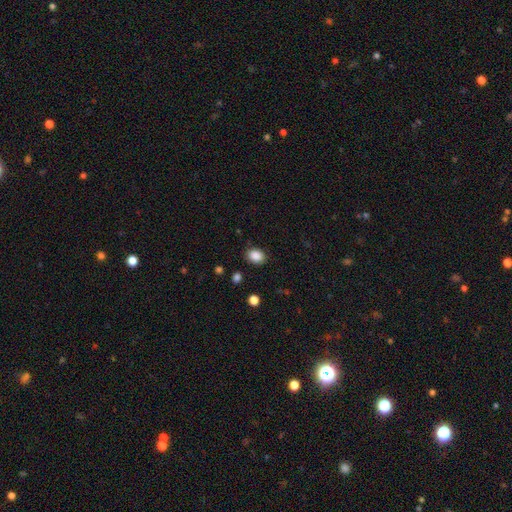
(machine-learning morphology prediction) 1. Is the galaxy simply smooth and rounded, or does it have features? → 87% smooth, 9% star or artifact, 3% featured or disk.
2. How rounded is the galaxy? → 60% in between, 39% round, 1% cigar-shaped.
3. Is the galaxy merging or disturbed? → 84% none, 11% minor disturbance, 3% major disturbance, 2% merger.